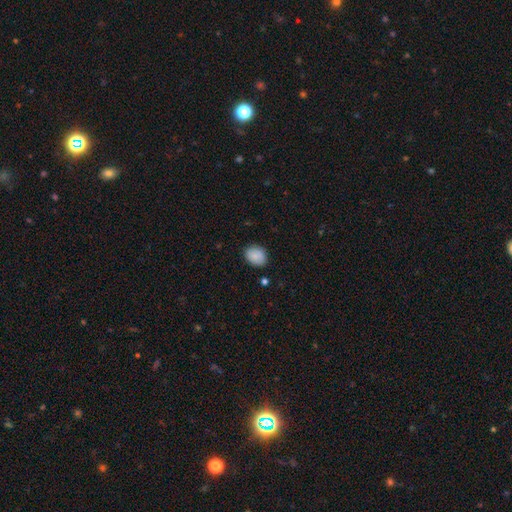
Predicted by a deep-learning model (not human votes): Smooth or featured: smooth — 84% (featured or disk — 8%)
How rounded: in between — 58% (round — 41%)
Merging: none — 82% (minor disturbance — 14%)